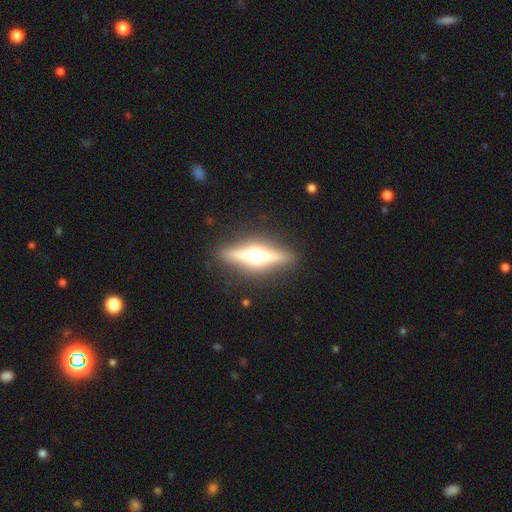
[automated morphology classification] Smooth or featured: featured or disk — 76% (smooth — 18%)
Edge-on disk: yes — 96% (no — 4%)
Edge-on bulge: rounded — 95% (boxy — 3%)
Merging: none — 90% (minor disturbance — 7%)